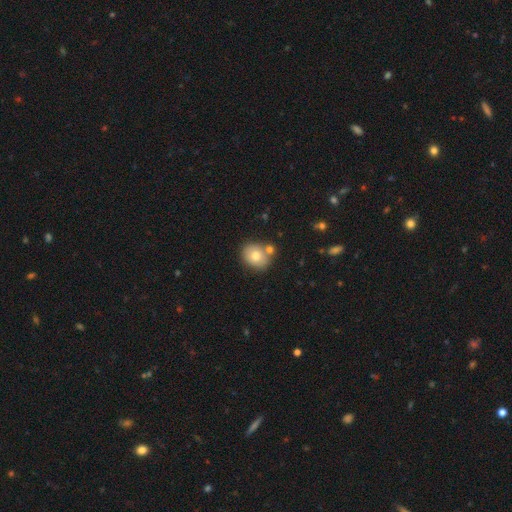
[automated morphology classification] Q: Smooth or featured?
A: smooth (76%); runner-up: featured or disk (15%)
Q: How rounded?
A: round (64%); runner-up: in between (35%)
Q: Merging?
A: none (65%); runner-up: merger (19%)